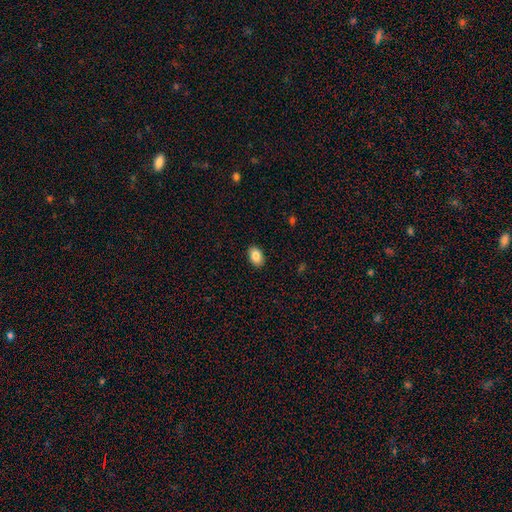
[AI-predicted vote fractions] This appears to be a smooth galaxy with no disk features (85%) that is in between round and cigar-shaped (87%). Merging: none (90%).